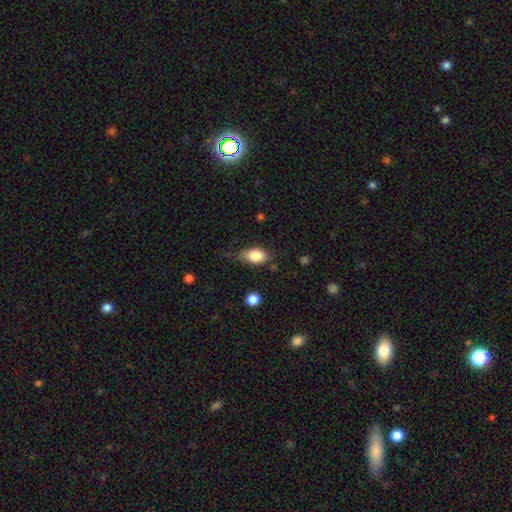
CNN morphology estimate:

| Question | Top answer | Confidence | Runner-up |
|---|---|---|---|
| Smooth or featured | smooth | 81% | featured or disk (11%) |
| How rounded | in between | 85% | round (11%) |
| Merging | none | 60% | minor disturbance (30%) |